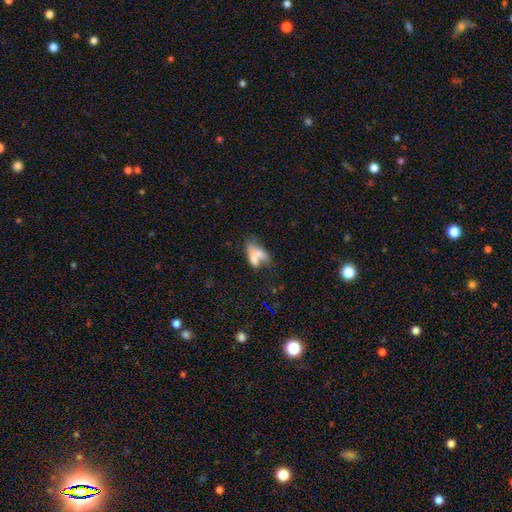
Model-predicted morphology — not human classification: This is likely a smooth galaxy (60%). How rounded: likely in between (76%). Merging: possibly merger (58%).